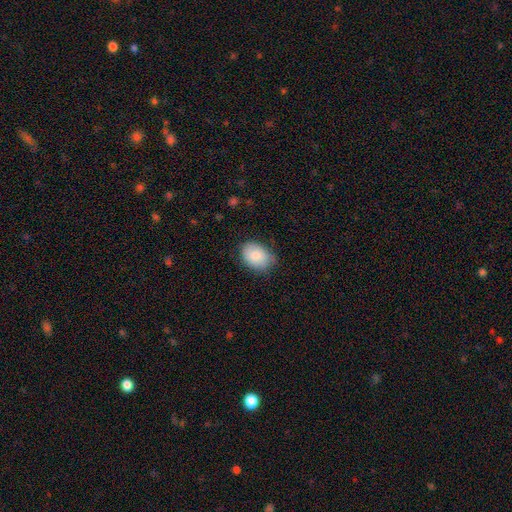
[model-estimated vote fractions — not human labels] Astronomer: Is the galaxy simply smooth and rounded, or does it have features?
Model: smooth — 84%.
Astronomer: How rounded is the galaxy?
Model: in between — 78%.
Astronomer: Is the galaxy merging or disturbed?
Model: none — 73%.